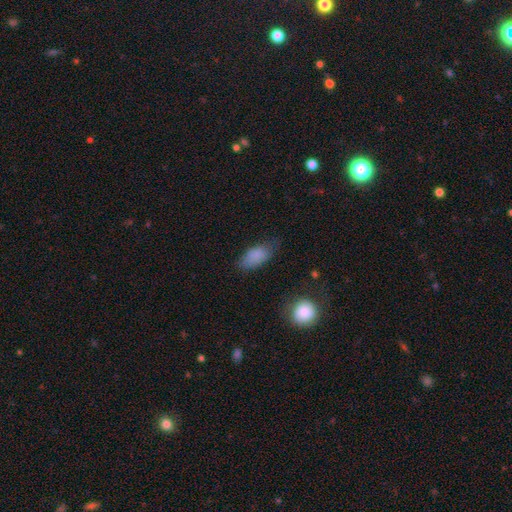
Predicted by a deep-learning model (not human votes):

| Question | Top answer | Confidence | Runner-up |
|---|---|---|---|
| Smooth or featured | smooth | 84% | star or artifact (8%) |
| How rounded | in between | 87% | cigar-shaped (9%) |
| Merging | none | 62% | minor disturbance (28%) |